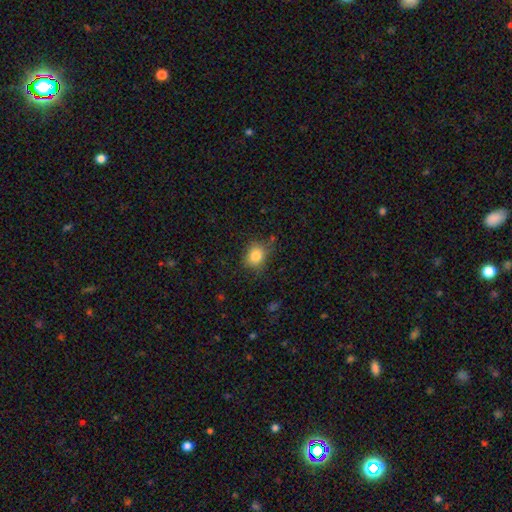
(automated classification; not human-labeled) A smooth galaxy with no disk features (82%) that is round (61%).

Vote fractions:
- Smooth or featured? smooth: 82% / star or artifact: 11% / featured or disk: 7%
- How rounded? round: 61% / in between: 38% / cigar-shaped: 1%
- Merging? none: 76% / minor disturbance: 18% / major disturbance: 5% / merger: 2%